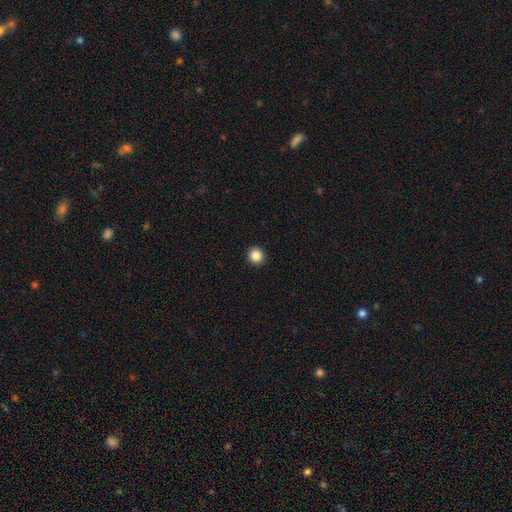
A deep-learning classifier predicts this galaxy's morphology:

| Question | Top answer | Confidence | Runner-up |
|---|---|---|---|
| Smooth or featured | smooth | 87% | star or artifact (10%) |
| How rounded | round | 94% | in between (5%) |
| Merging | none | 94% | minor disturbance (4%) |